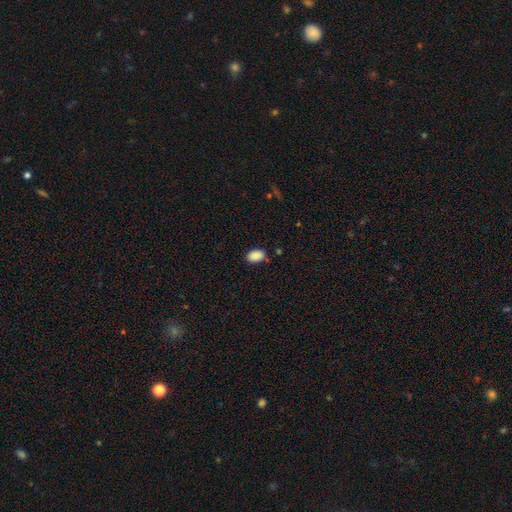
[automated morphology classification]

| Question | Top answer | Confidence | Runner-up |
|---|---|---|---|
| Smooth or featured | smooth | 89% | star or artifact (8%) |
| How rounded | in between | 89% | round (9%) |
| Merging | none | 81% | minor disturbance (14%) |